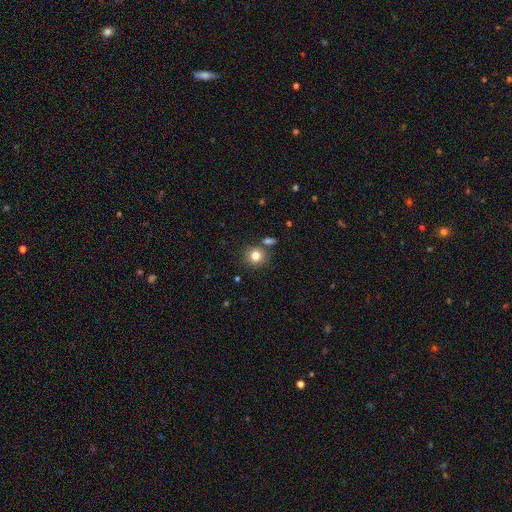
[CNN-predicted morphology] Q: Smooth or featured?
A: smooth (81%); runner-up: star or artifact (11%)
Q: How rounded?
A: round (88%); runner-up: in between (11%)
Q: Merging?
A: none (78%); runner-up: merger (10%)